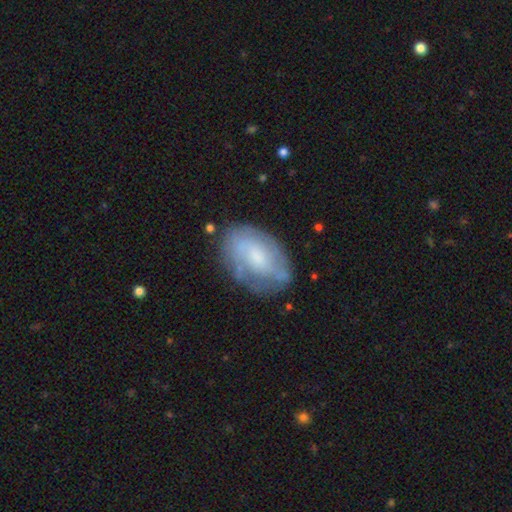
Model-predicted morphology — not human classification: Smooth or featured?
  - featured or disk: 57% *
  - smooth: 35%
  - star or artifact: 8%
Edge-on disk?
  - no: 95% *
  - yes: 5%
Bar?
  - no: 58% *
  - weak: 34%
  - strong: 8%
Spiral arms?
  - yes: 66% *
  - no: 34%
Bulge size?
  - small: 41% *
  - moderate: 35%
  - none: 14%
  - large: 9%
  - dominant: 2%
Merging?
  - none: 68% *
  - minor disturbance: 21%
  - major disturbance: 8%
  - merger: 2%